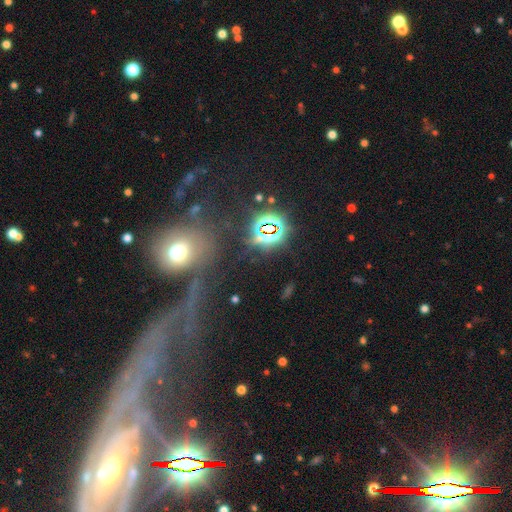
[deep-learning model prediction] A star or artifact, not a galaxy (36%).

Vote fractions:
- Smooth or featured? star or artifact: 36% / smooth: 32% / featured or disk: 32%